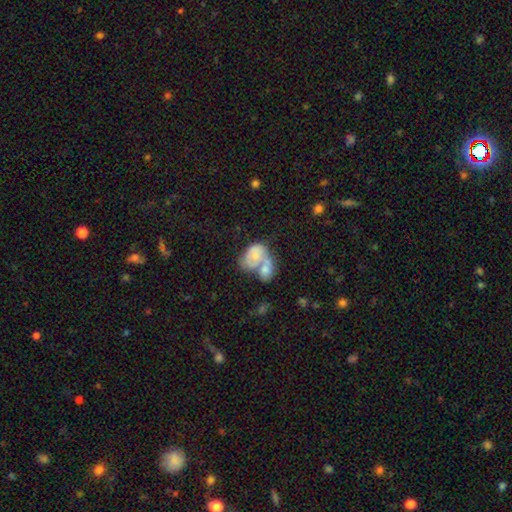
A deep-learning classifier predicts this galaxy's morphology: smooth-or-featured: smooth: 50% | featured or disk: 43% | star or artifact: 7%
  merging: merger: 71% | none: 12% | major disturbance: 9% | minor disturbance: 8%